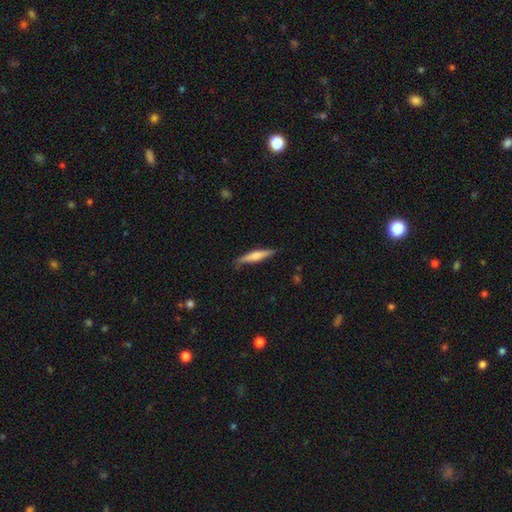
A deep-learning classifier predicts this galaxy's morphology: Smooth or featured? Predicted: smooth (p=0.54). How rounded? Predicted: cigar-shaped (p=0.88). Merging? Predicted: none (p=0.83).